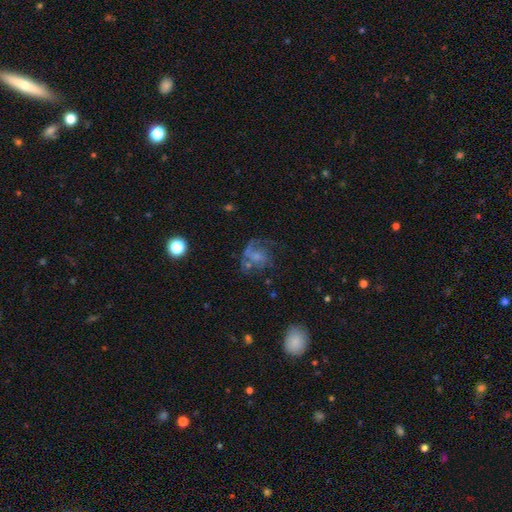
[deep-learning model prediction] smooth_or_featured: featured or disk (p=0.59) [alt: smooth p=0.28]
disk_edge_on: no (p=0.98) [alt: yes p=0.02]
bar: no (p=0.71) [alt: weak p=0.25]
has_spiral_arms: yes (p=0.72) [alt: no p=0.28]
bulge_size: small (p=0.38) [alt: none p=0.30]
merging: none (p=0.41) [alt: major disturbance p=0.33]